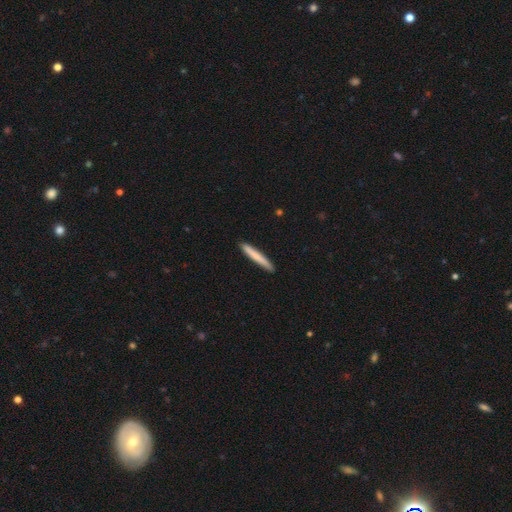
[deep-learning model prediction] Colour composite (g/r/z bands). It shows a smooth galaxy with no disk features (74%) that is cigar-shaped (96%). Merging: none (91%).